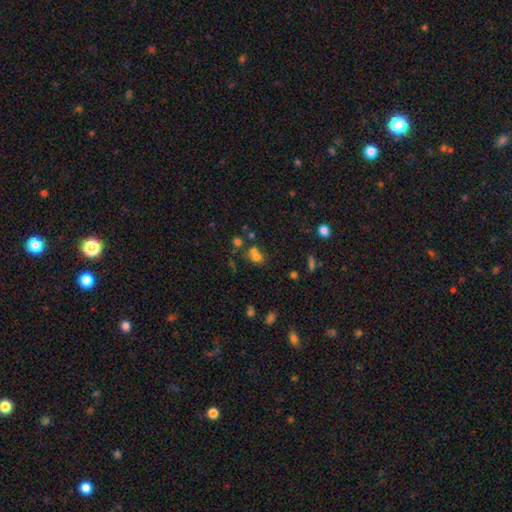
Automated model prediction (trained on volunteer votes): The model was most divided on "merging": merger: 50%, none: 37%, minor disturbance: 8%, major disturbance: 4%. More confident: how rounded — round (69%); smooth or featured — smooth (63%).